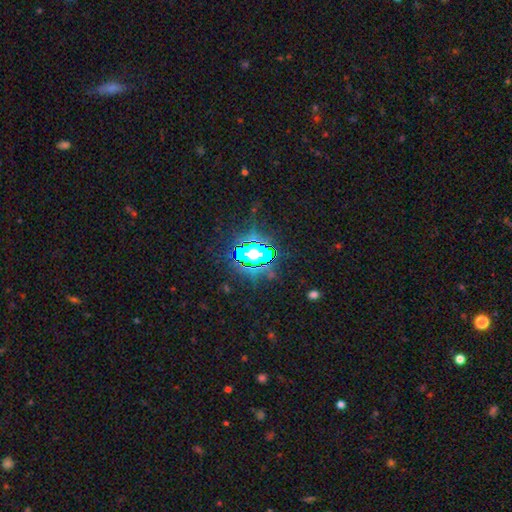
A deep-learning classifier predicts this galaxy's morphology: type=star or artifact (72%).